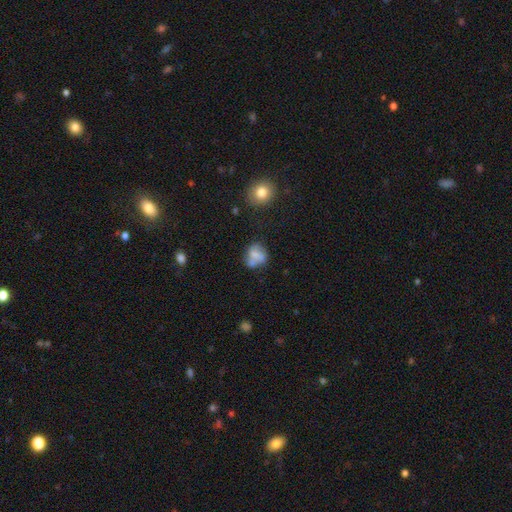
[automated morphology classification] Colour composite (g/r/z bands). It shows a smooth galaxy with no disk features (61%) that is round (60%). Merging: none (41%).